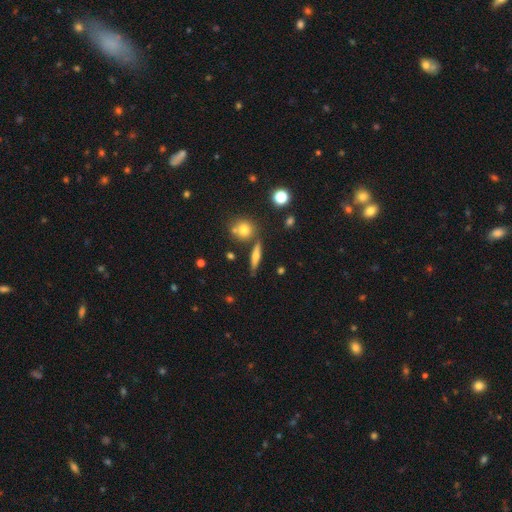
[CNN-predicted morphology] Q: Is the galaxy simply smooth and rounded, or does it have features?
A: smooth — 48%.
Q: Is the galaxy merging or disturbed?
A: none — 77%.